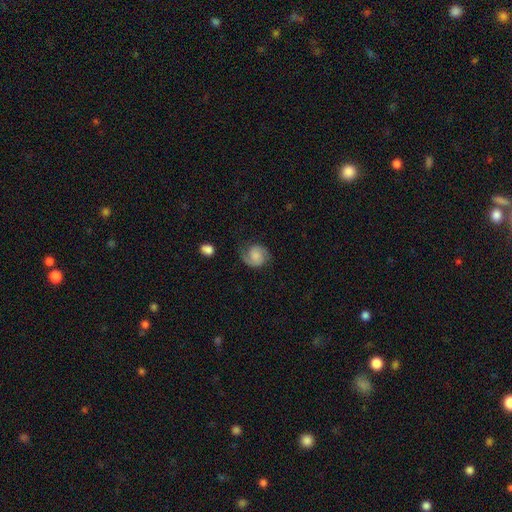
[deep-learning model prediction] Smooth or featured? featured or disk (70%)
Edge-on disk? no (98%)
Bar? no (64%)
Spiral arms? yes (96%)
Spiral winding? medium (46%)
Spiral arm count? 2 (85%)
Bulge size? none (32%)
Merging? none (70%)